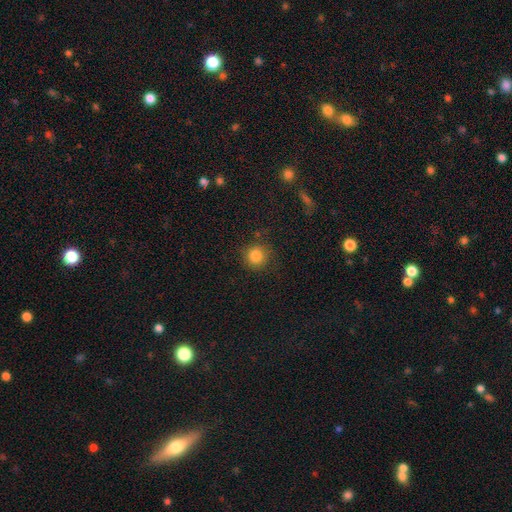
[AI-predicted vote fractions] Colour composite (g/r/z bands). It shows a smooth galaxy with no disk features (83%) that is round (93%). Merging: none (84%).